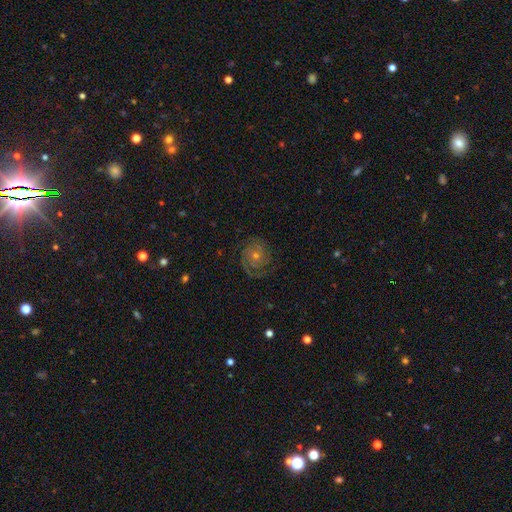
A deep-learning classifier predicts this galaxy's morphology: Q: Smooth or featured?
A: featured or disk (76%); runner-up: smooth (13%)
Q: Edge-on disk?
A: no (97%); runner-up: yes (3%)
Q: Bar?
A: no (77%); runner-up: weak (20%)
Q: Spiral arms?
A: yes (94%); runner-up: no (6%)
Q: Spiral winding?
A: tight (61%); runner-up: medium (31%)
Q: Spiral arm count?
A: 2 (39%); runner-up: can't tell (26%)
Q: Bulge size?
A: small (55%); runner-up: moderate (40%)
Q: Merging?
A: none (77%); runner-up: minor disturbance (14%)